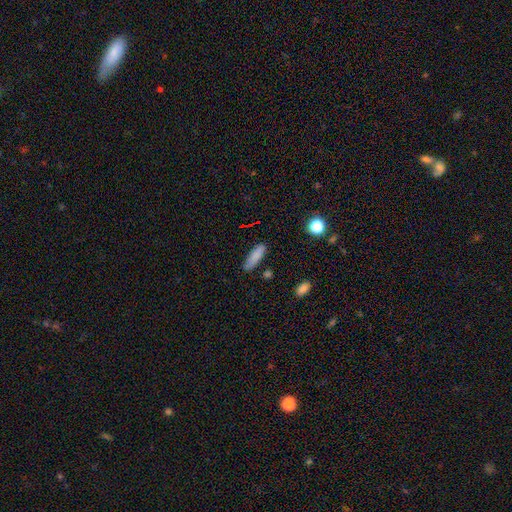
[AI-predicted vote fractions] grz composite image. It shows a smooth galaxy with no disk features (84%) that is cigar-shaped (58%). Merging: none (76%).